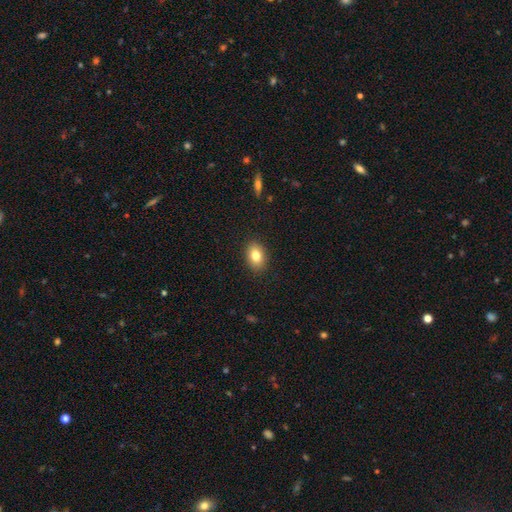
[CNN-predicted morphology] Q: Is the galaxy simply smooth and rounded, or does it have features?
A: smooth — 81%.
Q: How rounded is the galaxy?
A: in between — 73%.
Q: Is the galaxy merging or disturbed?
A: none — 89%.